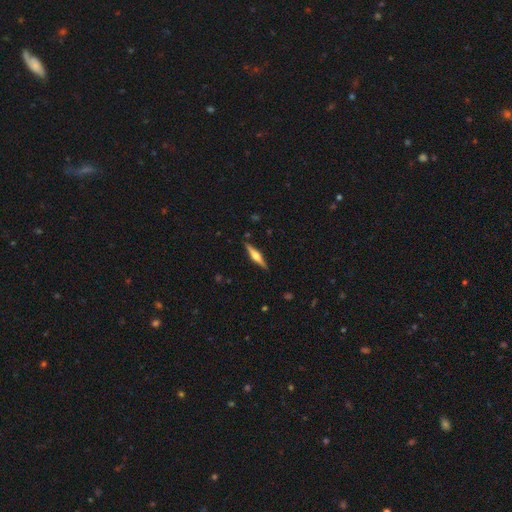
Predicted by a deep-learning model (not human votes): Smooth or featured?
  - featured or disk: 71% *
  - smooth: 24%
  - star or artifact: 5%
Edge-on disk?
  - yes: 98% *
  - no: 2%
Edge-on bulge?
  - rounded: 87% *
  - boxy: 10%
  - none: 3%
Merging?
  - none: 90% *
  - minor disturbance: 7%
  - major disturbance: 2%
  - merger: 1%